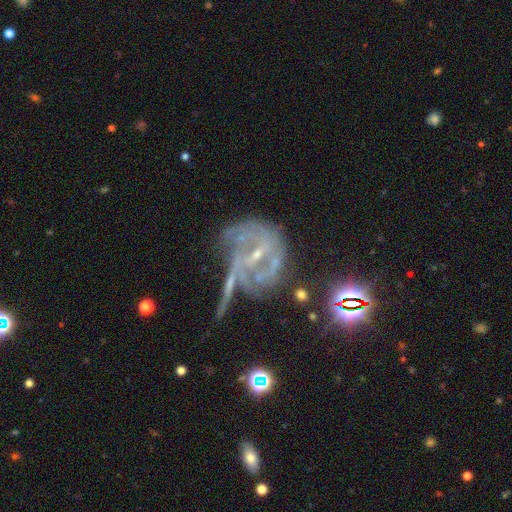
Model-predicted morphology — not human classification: Smooth or featured? featured or disk (75%)
Edge-on disk? no (96%)
Bar? weak (42%)
Spiral arms? yes (85%)
Spiral winding? medium (40%, tied with tight)
Spiral arm count? can't tell (33%)
Bulge size? small (76%)
Merging? none (32%, tied with major disturbance)